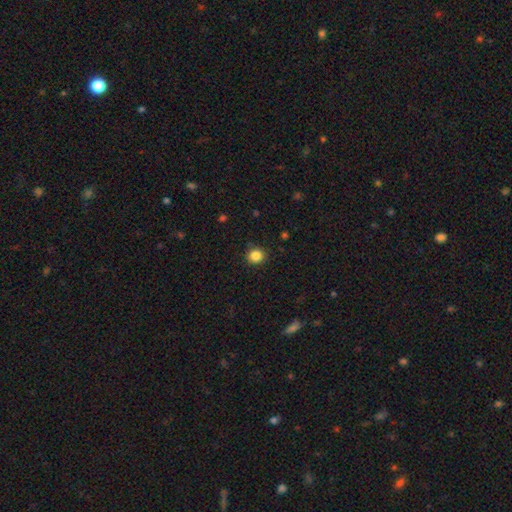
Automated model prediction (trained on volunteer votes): smooth 85%, star or artifact 11%, featured or disk 4%. Down the decision tree: how rounded — round (85%); merging — none (89%).